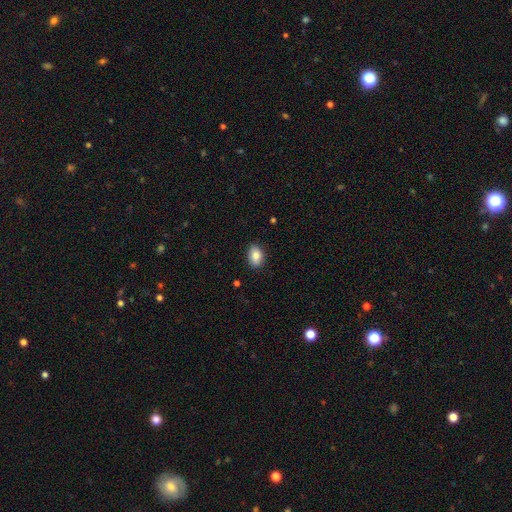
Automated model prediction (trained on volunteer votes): The model was most divided on "merging": none: 86%, minor disturbance: 11%, major disturbance: 2%, merger: 1%. More confident: how rounded — in between (87%); smooth or featured — smooth (87%).